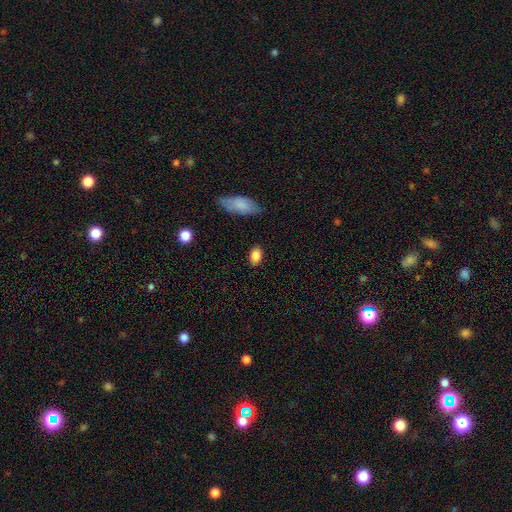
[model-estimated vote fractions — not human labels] A smooth galaxy with no disk features (86%) that is in between round and cigar-shaped (86%).

Vote fractions:
- Smooth or featured? smooth: 86% / star or artifact: 8% / featured or disk: 6%
- How rounded? in between: 86% / round: 12% / cigar-shaped: 2%
- Merging? none: 85% / minor disturbance: 11% / major disturbance: 3% / merger: 2%